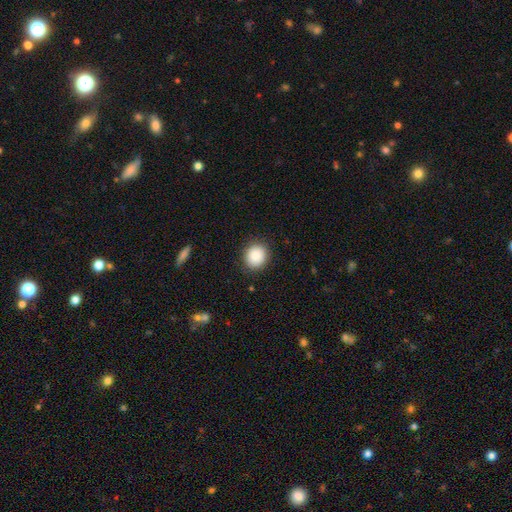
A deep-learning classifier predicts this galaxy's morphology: Overall: smooth (88%). How rounded: round (74%). Merging: none (88%).